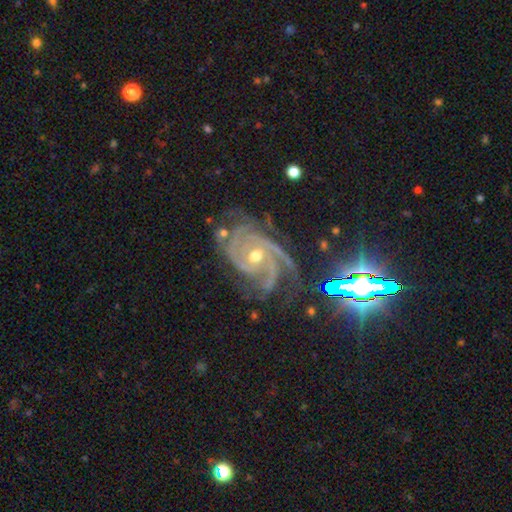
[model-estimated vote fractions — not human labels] This is clearly a featured or disk galaxy (87%). It is clearly not viewed edge-on (97%). Bar: likely no (66%). Spiral arm pattern: clearly yes (98%). Spiral arm count: marginally 3 (39%). Spiral winding: possibly tight (58%). Central bulge: possibly moderate (54%). Merging: likely none (63%).